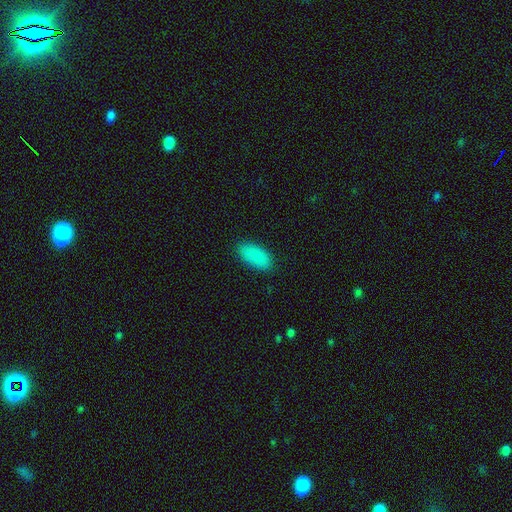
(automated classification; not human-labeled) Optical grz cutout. It shows a smooth galaxy with no disk features (88%) that is in between round and cigar-shaped (91%). Merging: none (87%).